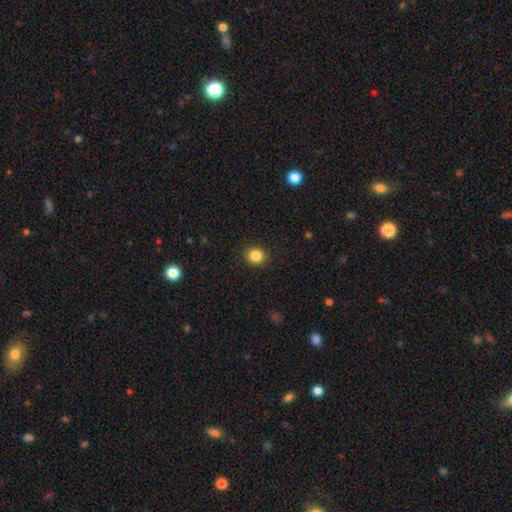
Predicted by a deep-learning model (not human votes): Q: Smooth or featured?
A: smooth (85%); runner-up: star or artifact (11%)
Q: How rounded?
A: round (84%); runner-up: in between (15%)
Q: Merging?
A: none (91%); runner-up: minor disturbance (6%)